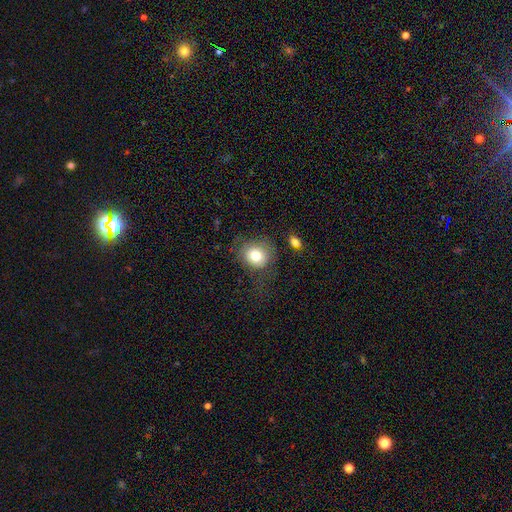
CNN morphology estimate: type=smooth (76%); roundness=round (81%); merging=none (69%).